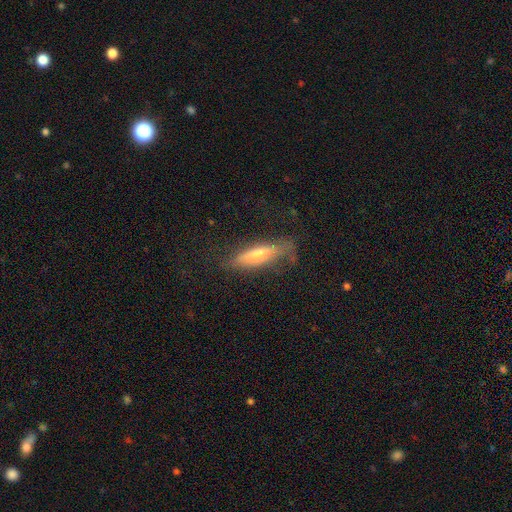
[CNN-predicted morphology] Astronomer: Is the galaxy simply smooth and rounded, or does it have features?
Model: smooth — 56% (runner-up: featured or disk, 36%).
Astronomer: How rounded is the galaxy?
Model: cigar-shaped — 73%.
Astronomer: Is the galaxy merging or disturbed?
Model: none — 65%.